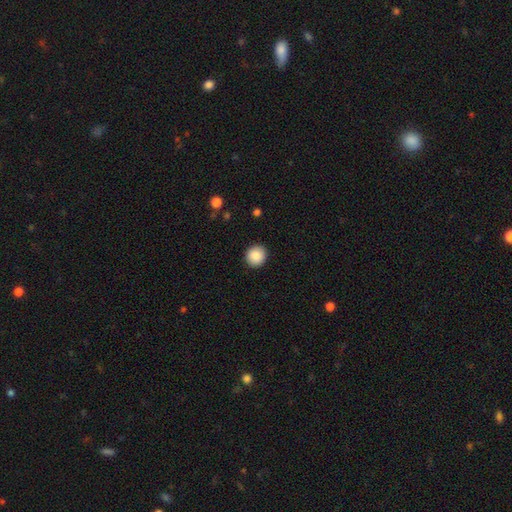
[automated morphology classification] A smooth galaxy with no disk features (88%) that is round (90%). Merging: none (91%).